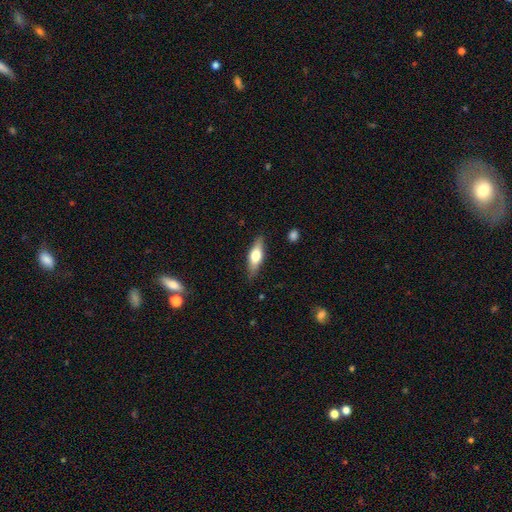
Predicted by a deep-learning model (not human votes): A smooth galaxy with no disk features (54%) that is in between round and cigar-shaped (54%).

Vote fractions:
- Smooth or featured? smooth: 54% / featured or disk: 40% / star or artifact: 6%
- How rounded? in between: 54% / cigar-shaped: 42% / round: 3%
- Merging? none: 84% / minor disturbance: 12% / major disturbance: 3% / merger: 1%